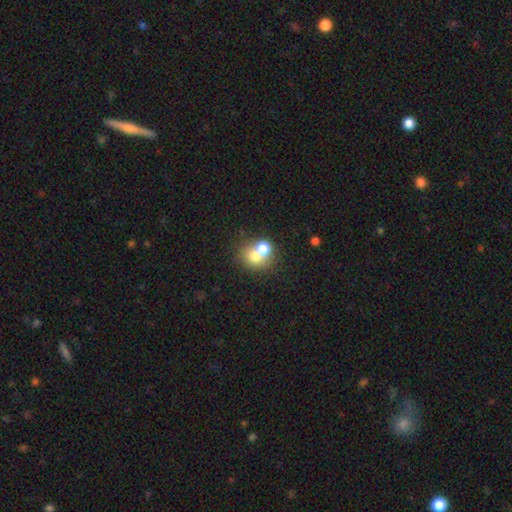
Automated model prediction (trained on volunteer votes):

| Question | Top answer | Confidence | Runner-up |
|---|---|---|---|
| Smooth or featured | smooth | 69% | featured or disk (18%) |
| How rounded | round | 74% | in between (25%) |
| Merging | merger | 55% | none (35%) |